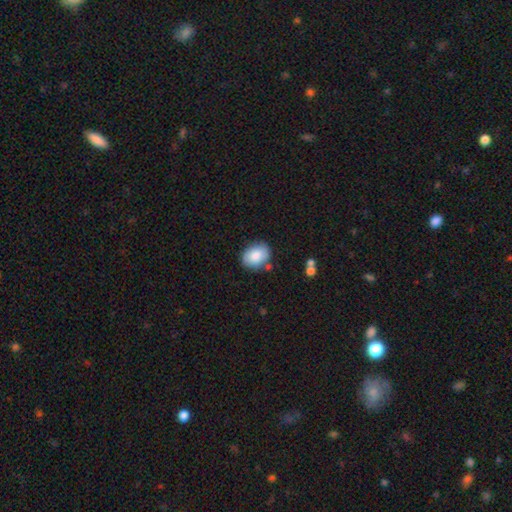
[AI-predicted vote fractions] Smooth or featured?
  - smooth: 82% *
  - featured or disk: 11%
  - star or artifact: 7%
How rounded?
  - in between: 65% *
  - round: 34%
  - cigar-shaped: 1%
Merging?
  - none: 78% *
  - minor disturbance: 15%
  - merger: 4%
  - major disturbance: 3%